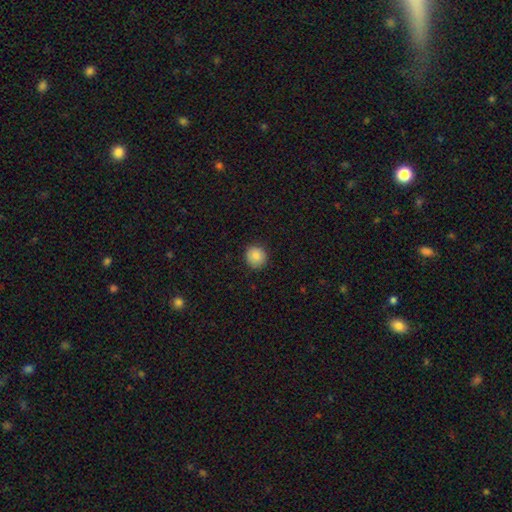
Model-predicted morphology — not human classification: type=smooth (87%); roundness=round (91%); merging=none (90%).